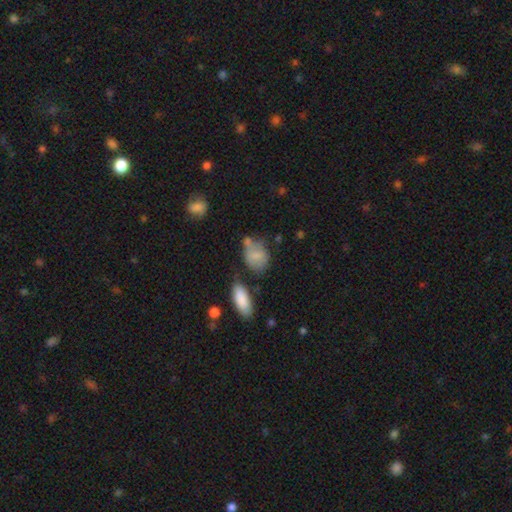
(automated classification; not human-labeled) This is likely a smooth galaxy (70%). How rounded: likely in between (65%). Merging: marginally none (44%).